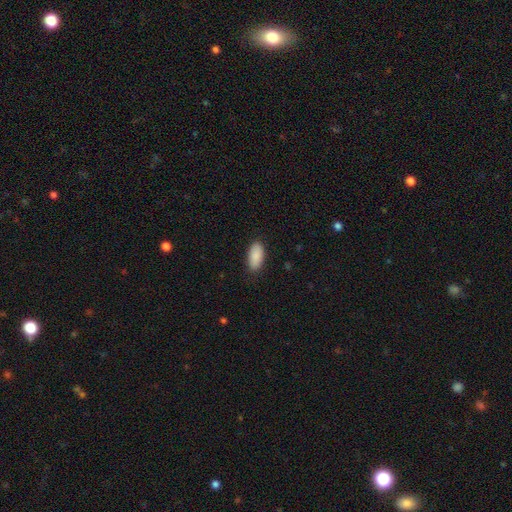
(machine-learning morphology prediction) Q: Smooth or featured?
A: smooth (90%); runner-up: star or artifact (6%)
Q: How rounded?
A: in between (92%); runner-up: cigar-shaped (6%)
Q: Merging?
A: none (86%); runner-up: minor disturbance (11%)